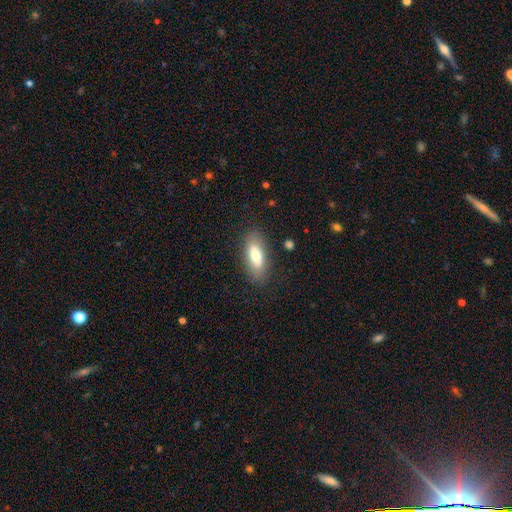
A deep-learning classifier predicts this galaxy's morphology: Q: Smooth or featured?
A: smooth (75%); runner-up: featured or disk (18%)
Q: How rounded?
A: in between (69%); runner-up: cigar-shaped (28%)
Q: Merging?
A: none (84%); runner-up: minor disturbance (11%)